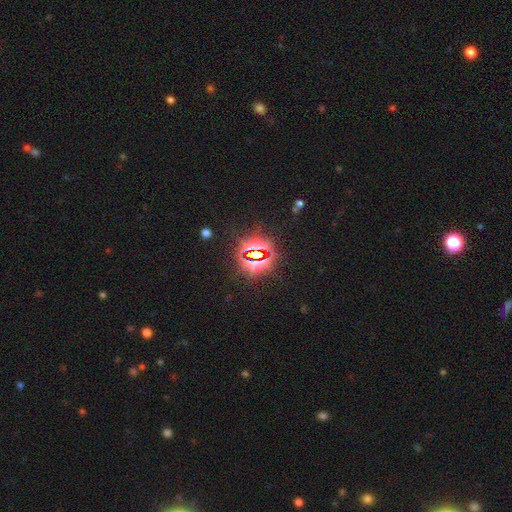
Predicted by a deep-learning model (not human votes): smooth_or_featured: star or artifact (p=0.81) [alt: smooth p=0.11]